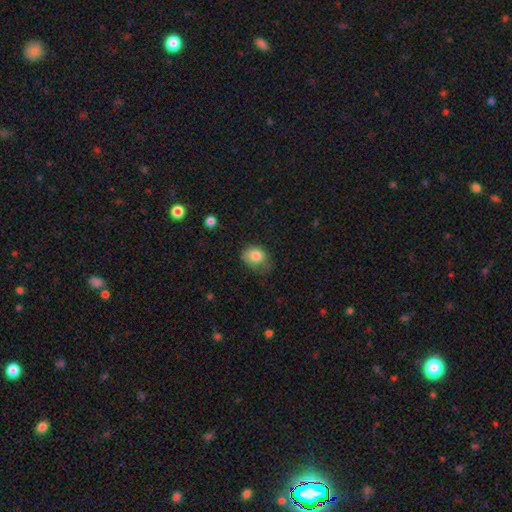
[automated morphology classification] Smooth or featured: smooth — 82% (featured or disk — 10%)
How rounded: in between — 61% (round — 38%)
Merging: minor disturbance — 39% (none — 36%)